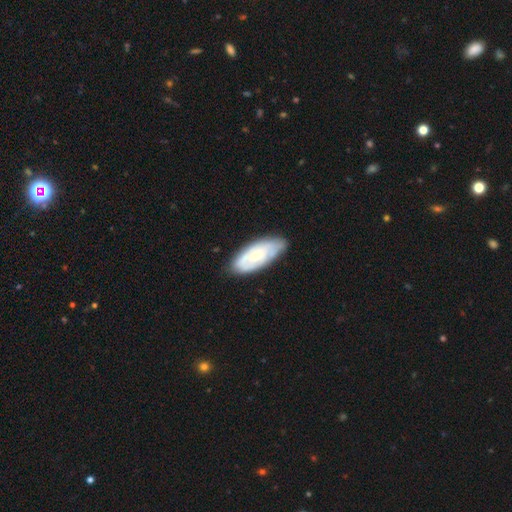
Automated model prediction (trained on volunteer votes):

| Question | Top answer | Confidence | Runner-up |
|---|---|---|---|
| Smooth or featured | smooth | 48% | featured or disk (46%) |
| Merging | none | 75% | minor disturbance (20%) |